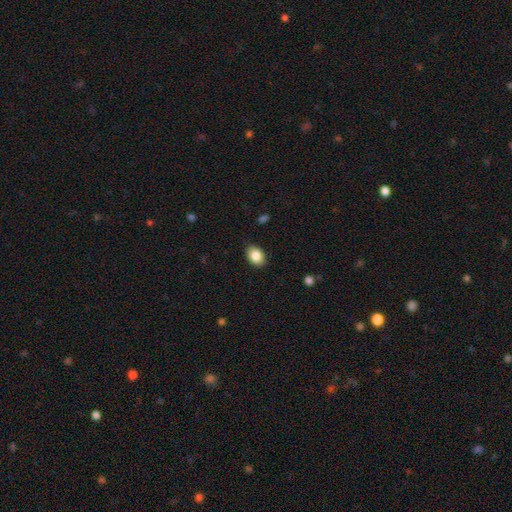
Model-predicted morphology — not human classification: This appears to be a smooth galaxy with no disk features (86%) that is in between round and cigar-shaped (80%). Merging: none (87%).